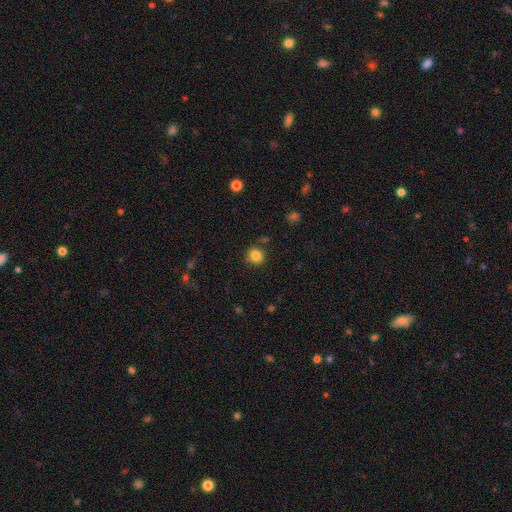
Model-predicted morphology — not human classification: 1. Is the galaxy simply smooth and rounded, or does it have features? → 84% smooth, 11% star or artifact, 5% featured or disk.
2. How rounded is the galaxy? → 90% round, 9% in between, 1% cigar-shaped.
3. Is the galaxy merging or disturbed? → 84% none, 9% minor disturbance, 4% merger, 3% major disturbance.